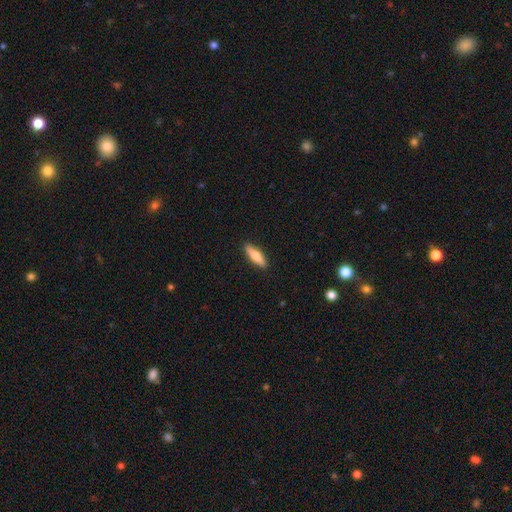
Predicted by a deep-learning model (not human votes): A smooth galaxy with no disk features (68%) that is cigar-shaped (61%).

Vote fractions:
- Smooth or featured? smooth: 68% / featured or disk: 27% / star or artifact: 6%
- How rounded? cigar-shaped: 61% / in between: 37% / round: 2%
- Merging? none: 90% / minor disturbance: 7% / major disturbance: 2% / merger: 1%